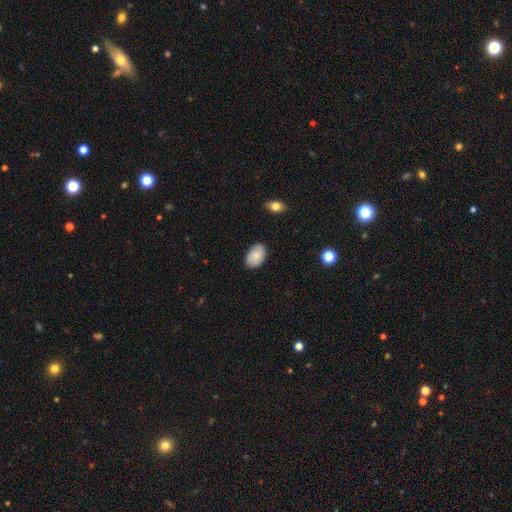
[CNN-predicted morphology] Smooth or featured? Predicted: smooth (p=0.86). How rounded? Predicted: in between (p=0.89). Merging? Predicted: none (p=0.85).